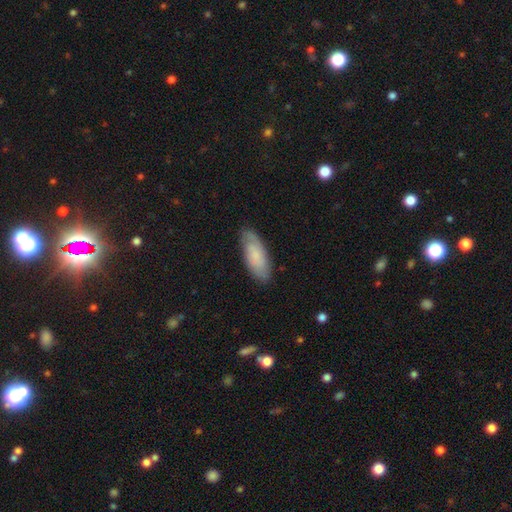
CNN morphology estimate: Overall: smooth (56%; featured or disk 38%). How rounded: in between (76%). Merging: none (80%).